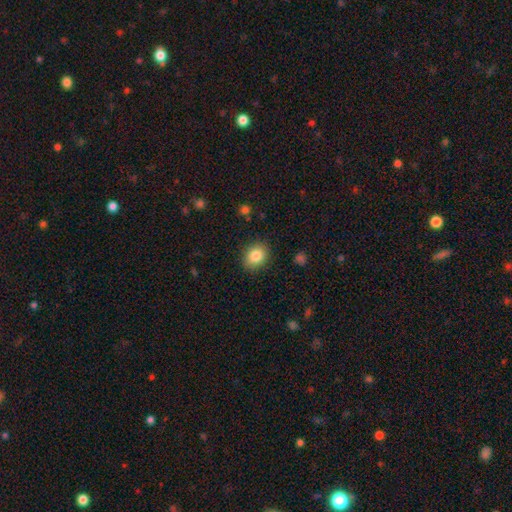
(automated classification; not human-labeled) smooth-or-featured: smooth: 84% | star or artifact: 9% | featured or disk: 7%
  how-rounded: round: 50% | in between: 49% | cigar-shaped: 1%
  merging: none: 88% | minor disturbance: 9% | major disturbance: 2% | merger: 1%